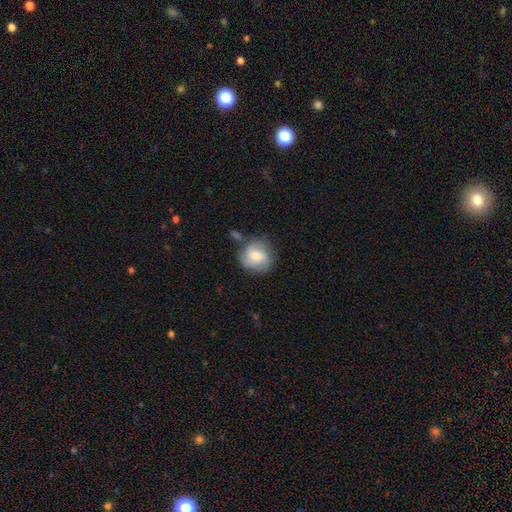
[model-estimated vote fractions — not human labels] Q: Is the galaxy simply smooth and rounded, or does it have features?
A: smooth — 58%.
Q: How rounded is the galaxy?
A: round — 86%.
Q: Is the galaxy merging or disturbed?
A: none — 67%.